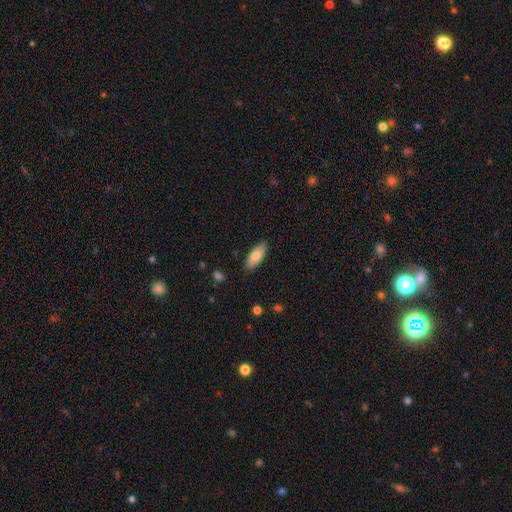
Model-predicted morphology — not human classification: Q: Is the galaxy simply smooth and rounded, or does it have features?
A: smooth — 79%.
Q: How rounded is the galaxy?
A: in between — 82%.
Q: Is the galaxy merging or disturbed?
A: none — 87%.